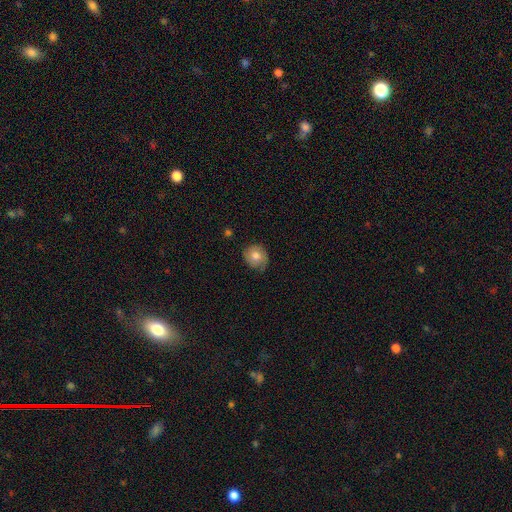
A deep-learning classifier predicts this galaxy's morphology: Smooth or featured? smooth (70%)
How rounded? round (75%)
Merging? none (70%)